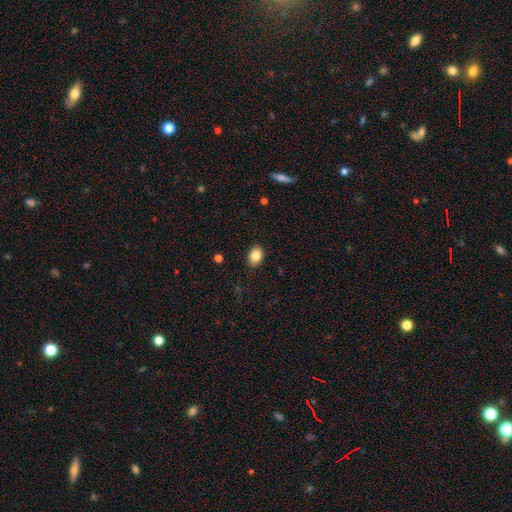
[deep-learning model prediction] A smooth galaxy with no disk features (84%) that is in between round and cigar-shaped (78%). Merging: none (88%).